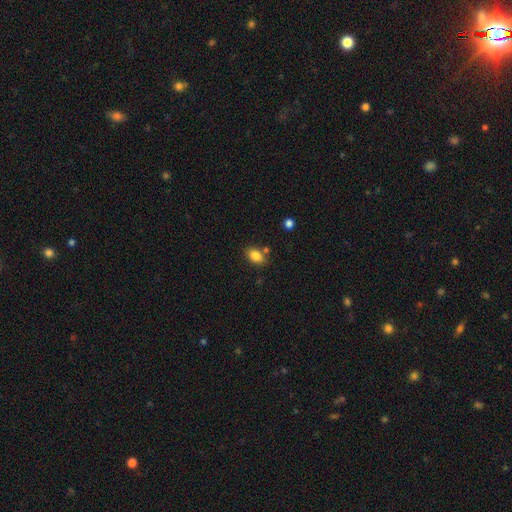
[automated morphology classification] Smooth or featured: smooth — 84% (star or artifact — 9%)
How rounded: in between — 80% (round — 18%)
Merging: none — 75% (minor disturbance — 13%)